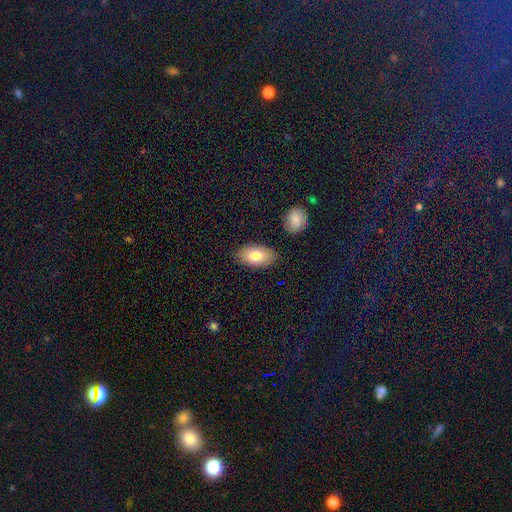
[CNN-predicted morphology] Smooth or featured? Predicted: smooth (p=0.78). How rounded? Predicted: in between (p=0.93). Merging? Predicted: none (p=0.84).